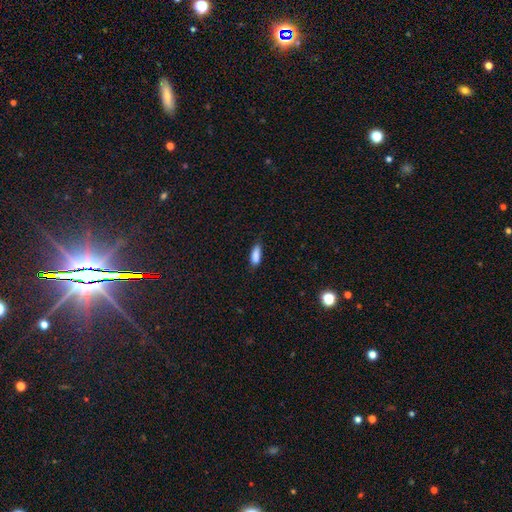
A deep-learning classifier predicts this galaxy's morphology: Overall: smooth (87%). How rounded: in between (69%; cigar-shaped 29%). Merging: none (78%).